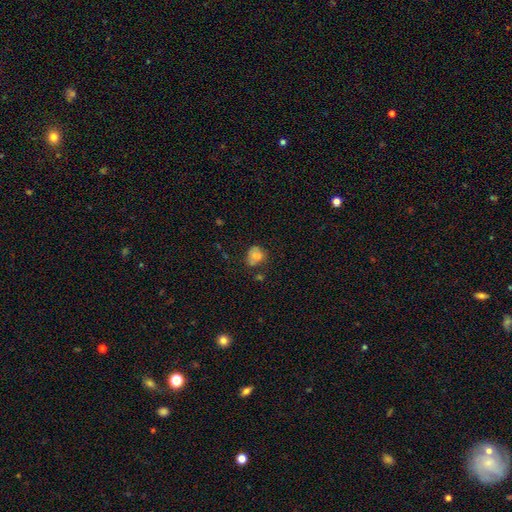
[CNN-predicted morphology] type=smooth (72%); roundness=round (51%); merging=none (46%).